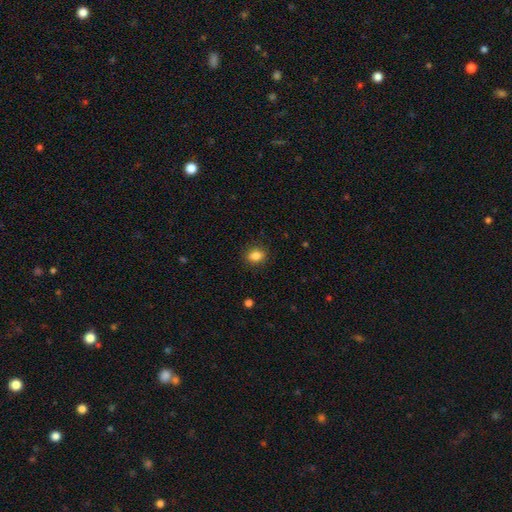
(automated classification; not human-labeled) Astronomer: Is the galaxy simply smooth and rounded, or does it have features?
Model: smooth — 85%.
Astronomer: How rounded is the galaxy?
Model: in between — 57% (runner-up: round, 41%).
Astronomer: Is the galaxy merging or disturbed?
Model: none — 88%.